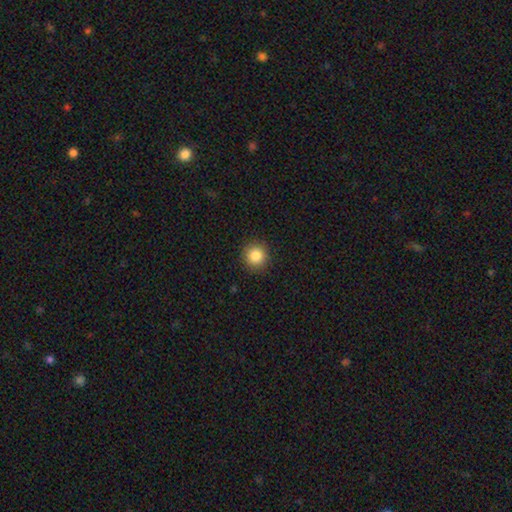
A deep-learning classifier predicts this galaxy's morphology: Smooth or featured? smooth (85%)
How rounded? round (93%)
Merging? none (91%)